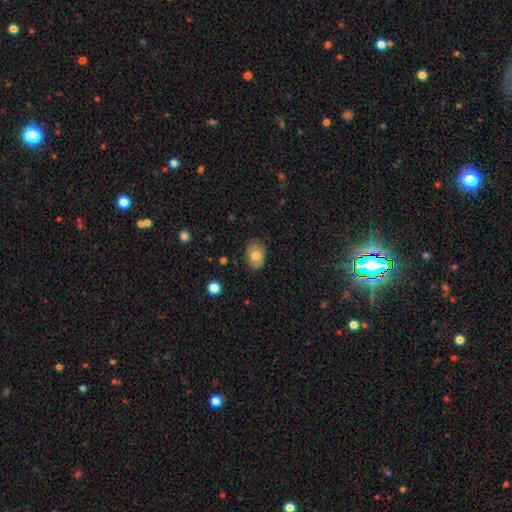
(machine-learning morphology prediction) This is likely a smooth galaxy (71%). How rounded: likely in between (75%). Merging: clearly none (81%).